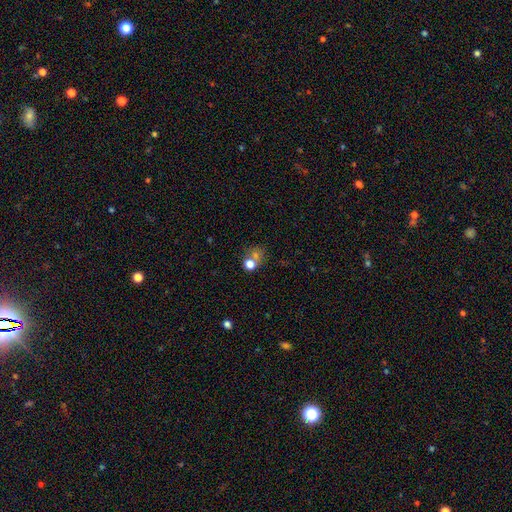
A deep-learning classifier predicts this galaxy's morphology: Smooth or featured: smooth — 56% (star or artifact — 29%)
How rounded: round — 73% (in between — 25%)
Merging: none — 50% (merger — 31%)